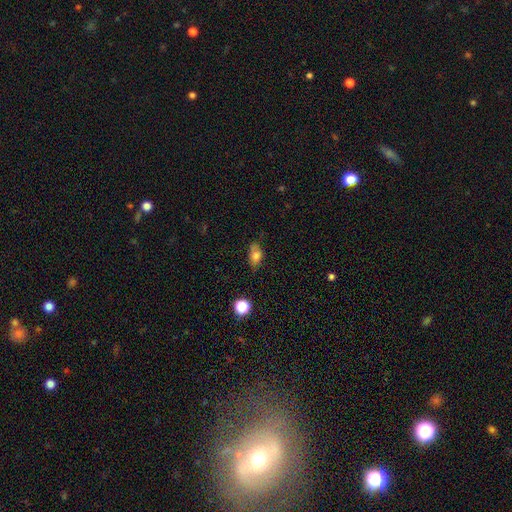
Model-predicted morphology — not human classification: This is likely a smooth galaxy (74%). How rounded: clearly in between (81%). Merging: likely none (68%).